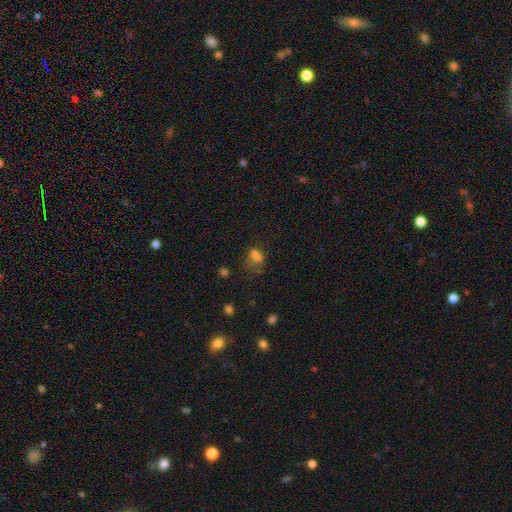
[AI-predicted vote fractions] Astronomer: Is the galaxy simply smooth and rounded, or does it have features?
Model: smooth — 70%.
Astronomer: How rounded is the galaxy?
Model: in between — 69%.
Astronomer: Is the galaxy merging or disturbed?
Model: none — 43% (runner-up: minor disturbance, 25%).